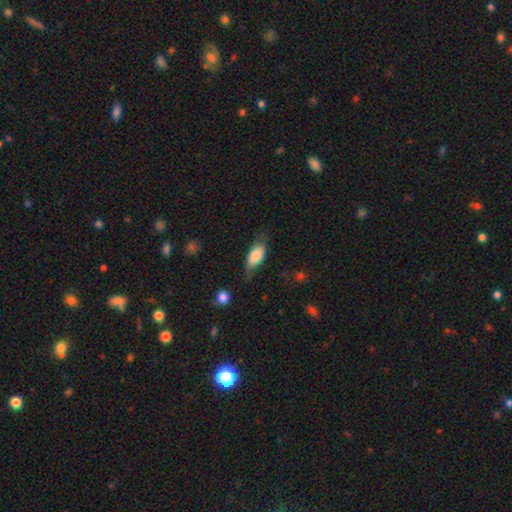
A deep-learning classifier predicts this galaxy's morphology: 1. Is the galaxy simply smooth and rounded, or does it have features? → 76% smooth, 17% featured or disk, 6% star or artifact.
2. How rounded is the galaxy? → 84% in between, 14% cigar-shaped, 3% round.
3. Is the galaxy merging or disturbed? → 62% none, 26% minor disturbance, 9% major disturbance, 2% merger.